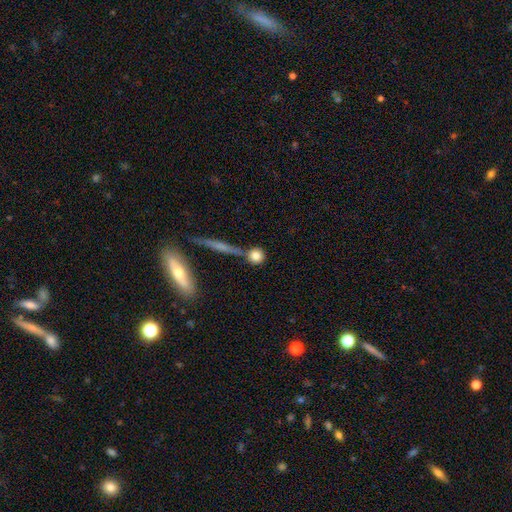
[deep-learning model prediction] Smooth or featured? Predicted: smooth (p=0.79). How rounded? Predicted: round (p=0.88). Merging? Predicted: none (p=0.69).